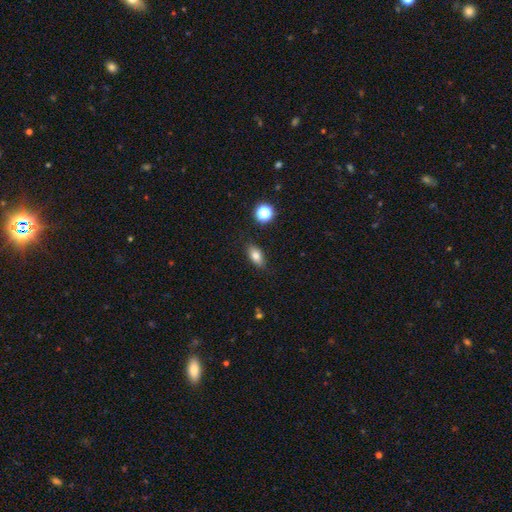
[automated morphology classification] type=smooth (79%); roundness=in between (84%); merging=none (85%).